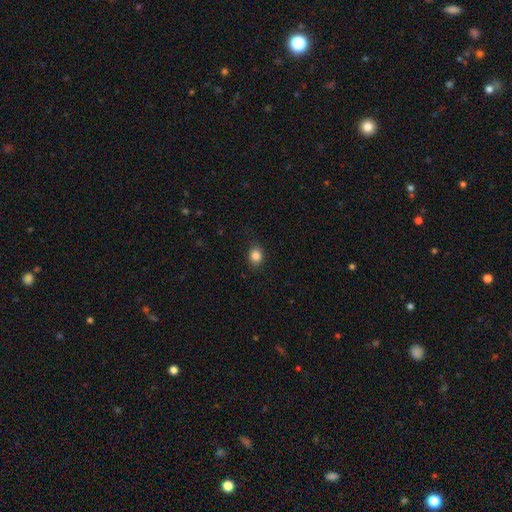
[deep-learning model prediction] The model was most divided on "how rounded": round: 55%, in between: 44%, cigar-shaped: 1%. More confident: merging — none (87%); smooth or featured — smooth (86%).